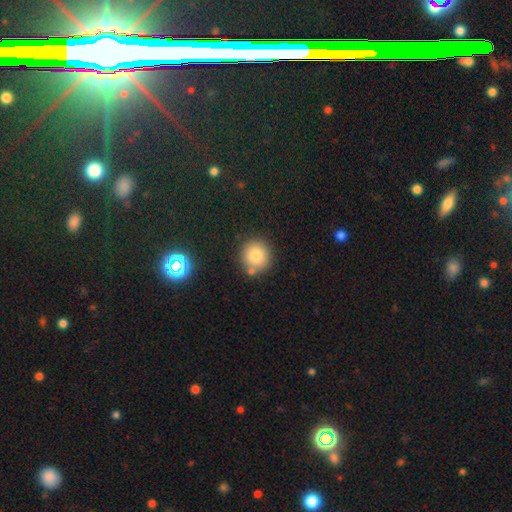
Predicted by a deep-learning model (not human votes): smooth-or-featured: smooth: 79% | star or artifact: 12% | featured or disk: 9%
  how-rounded: round: 93% | in between: 6% | cigar-shaped: 1%
  merging: none: 80% | minor disturbance: 9% | merger: 9% | major disturbance: 3%